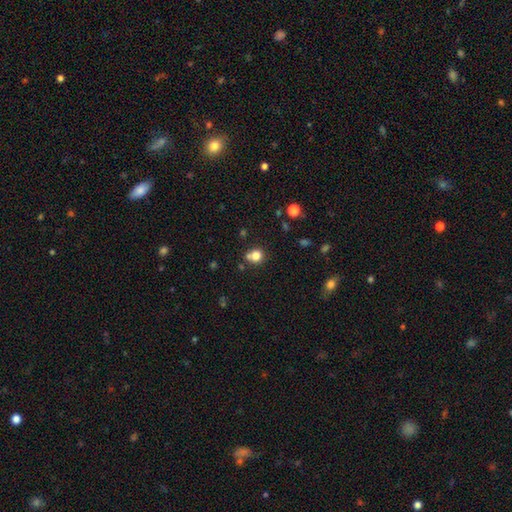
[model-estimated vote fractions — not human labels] smooth-or-featured: smooth: 79% | star or artifact: 13% | featured or disk: 8%
  how-rounded: round: 82% | in between: 17% | cigar-shaped: 1%
  merging: none: 61% | merger: 22% | minor disturbance: 12% | major disturbance: 4%